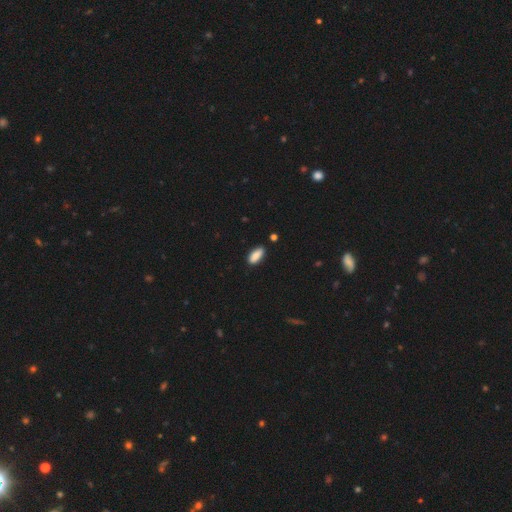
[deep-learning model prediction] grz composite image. It shows a smooth galaxy with no disk features (89%) that is in between round and cigar-shaped (84%). Merging: none (82%).